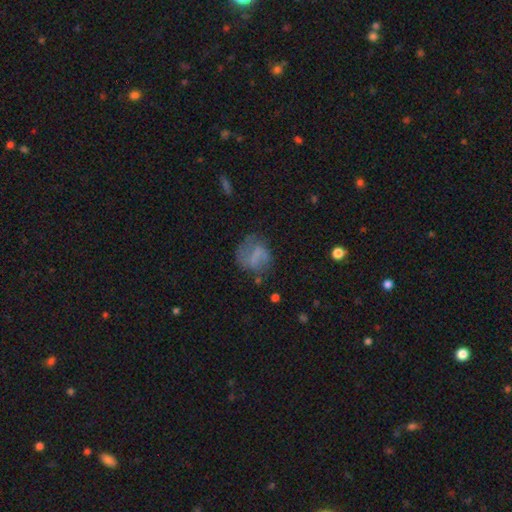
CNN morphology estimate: This is possibly a smooth galaxy (50%). How rounded: likely round (61%). Merging: possibly none (52%).